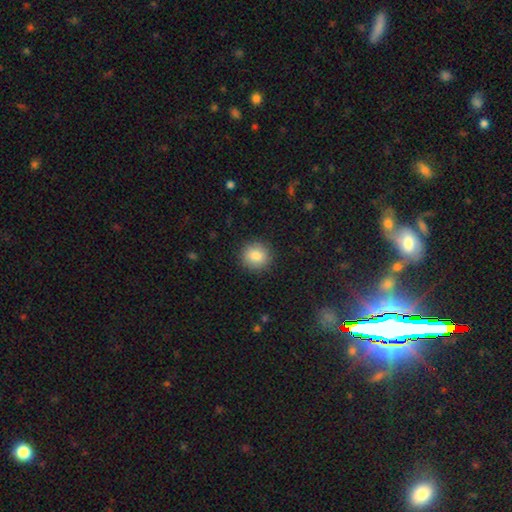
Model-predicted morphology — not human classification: Smooth or featured?
  - smooth: 84% *
  - star or artifact: 9%
  - featured or disk: 7%
How rounded?
  - round: 90% *
  - in between: 9%
  - cigar-shaped: 1%
Merging?
  - none: 90% *
  - minor disturbance: 7%
  - major disturbance: 2%
  - merger: 1%